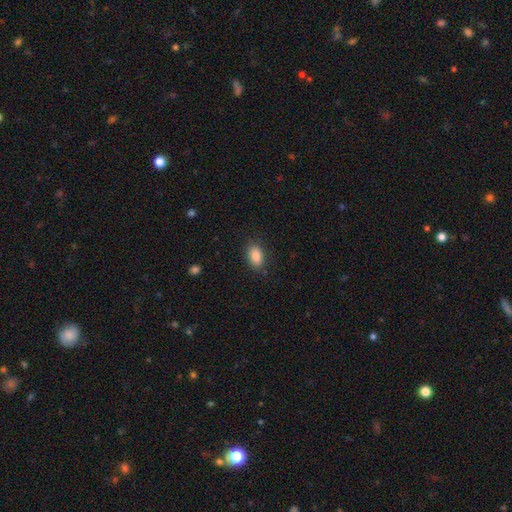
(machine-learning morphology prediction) Smooth or featured?
  - smooth: 87% *
  - star or artifact: 8%
  - featured or disk: 5%
How rounded?
  - in between: 90% *
  - round: 7%
  - cigar-shaped: 2%
Merging?
  - none: 85% *
  - minor disturbance: 11%
  - major disturbance: 3%
  - merger: 1%